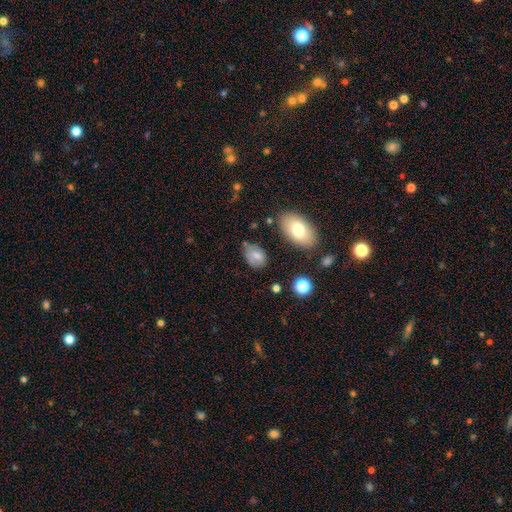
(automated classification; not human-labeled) Overall: smooth (73%). How rounded: in between (82%). Merging: none (60%; minor disturbance 27%).